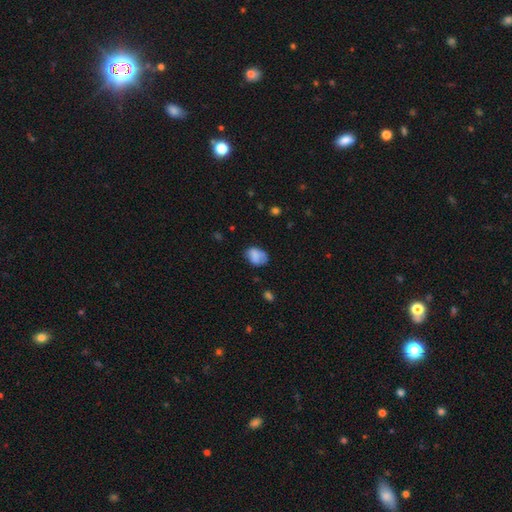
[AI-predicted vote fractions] smooth_or_featured: smooth (p=0.72) [alt: featured or disk p=0.18]
how_rounded: in between (p=0.75) [alt: round p=0.23]
merging: none (p=0.52) [alt: minor disturbance p=0.29]